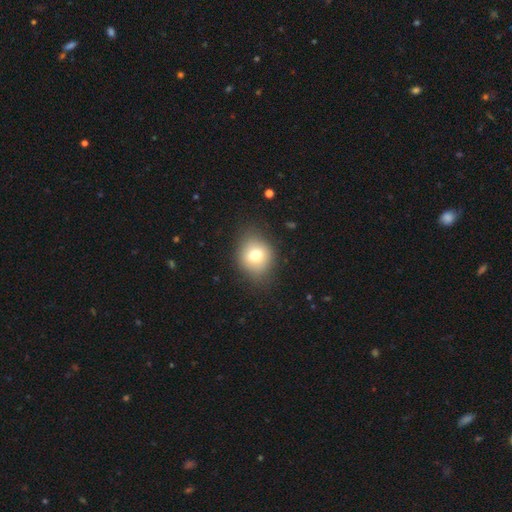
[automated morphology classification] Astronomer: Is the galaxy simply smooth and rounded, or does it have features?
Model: smooth — 73%.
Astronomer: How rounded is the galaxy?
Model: round — 64%.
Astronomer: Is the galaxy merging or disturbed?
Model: none — 78%.